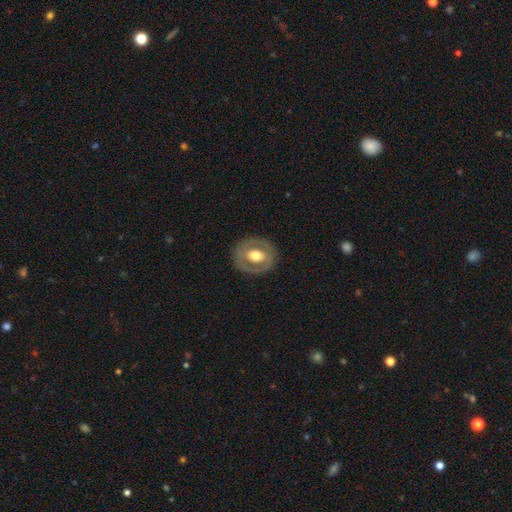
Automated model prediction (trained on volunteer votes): This appears to be a featured or disk galaxy (54%) with no bar (63%), no spiral arms (80%) and a moderate central bulge (62%). Merging: none (83%).